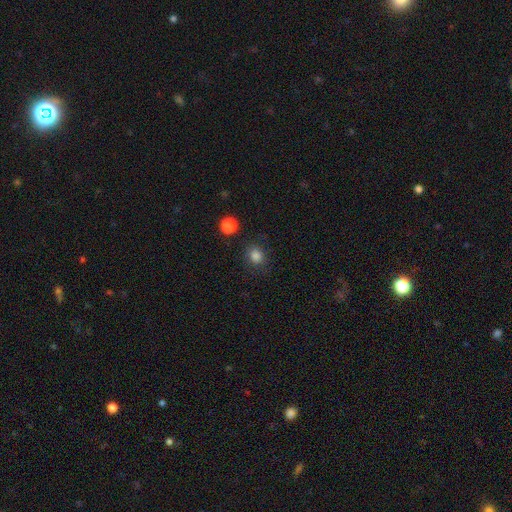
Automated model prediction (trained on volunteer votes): Q: Smooth or featured?
A: smooth (83%); runner-up: star or artifact (12%)
Q: How rounded?
A: round (62%); runner-up: in between (37%)
Q: Merging?
A: none (81%); runner-up: minor disturbance (12%)